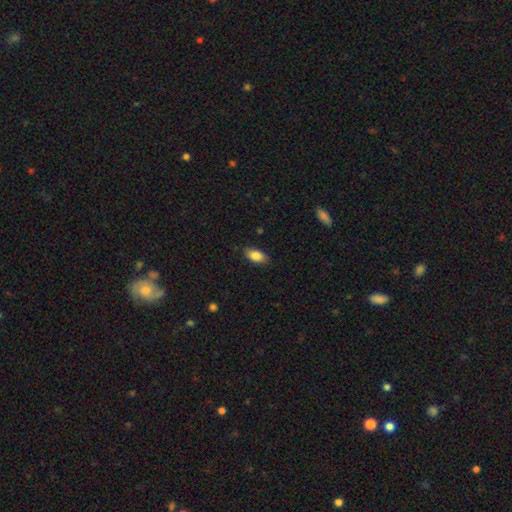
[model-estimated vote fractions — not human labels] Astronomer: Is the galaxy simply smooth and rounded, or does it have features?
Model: smooth — 86%.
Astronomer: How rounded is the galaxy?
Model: in between — 92%.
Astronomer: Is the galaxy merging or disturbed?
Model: none — 85%.